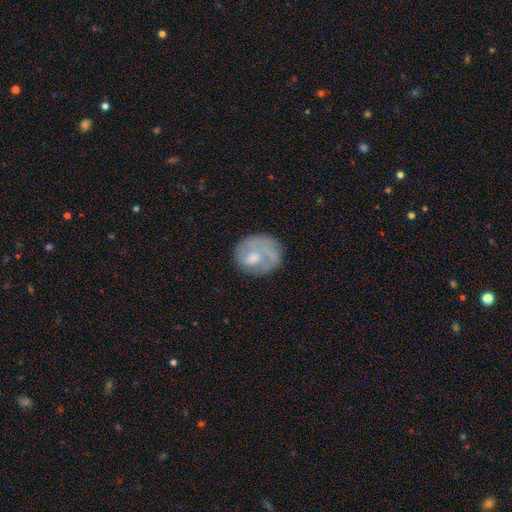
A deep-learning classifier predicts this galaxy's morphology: type=smooth (47%); merging=none (55%).